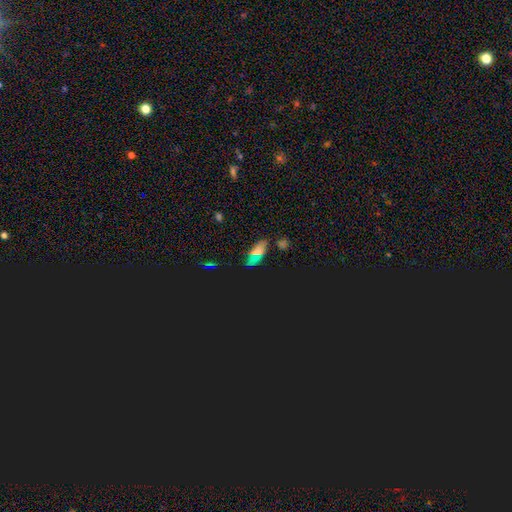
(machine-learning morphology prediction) Overall: smooth (45%; star or artifact 44%). Merging: none (75%).